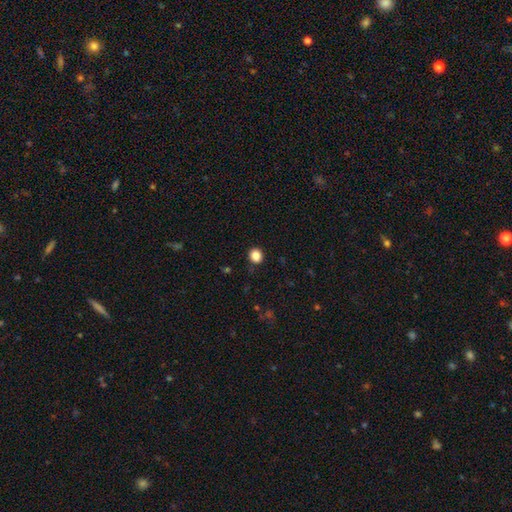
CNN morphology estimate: The model was most divided on "how rounded": round: 80%, in between: 19%, cigar-shaped: 1%. More confident: merging — none (90%); smooth or featured — smooth (86%).